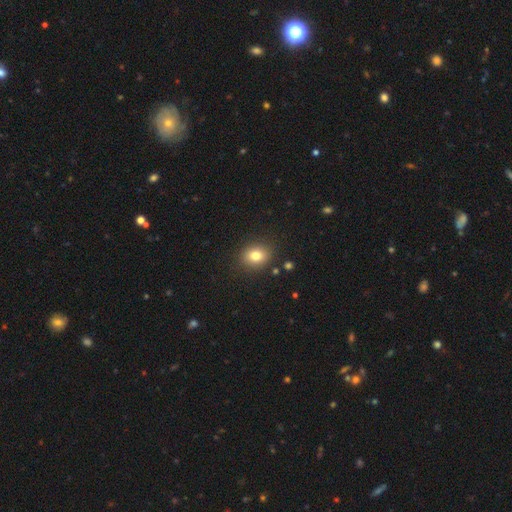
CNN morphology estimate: A smooth galaxy with no disk features (79%) that is round (57%). Merging: none (88%).